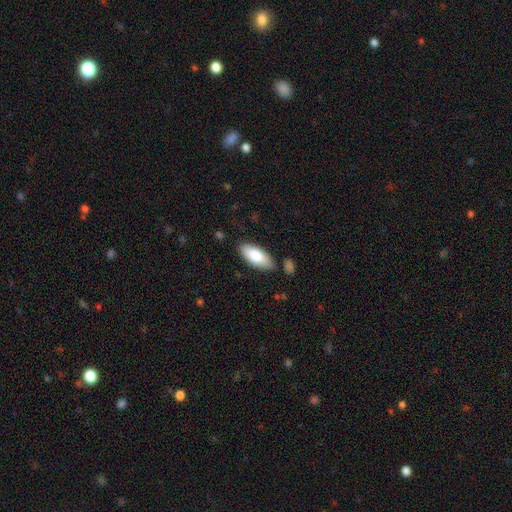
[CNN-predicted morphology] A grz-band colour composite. It shows a smooth galaxy with no disk features (81%) that is in between round and cigar-shaped (85%). Merging: none (83%).